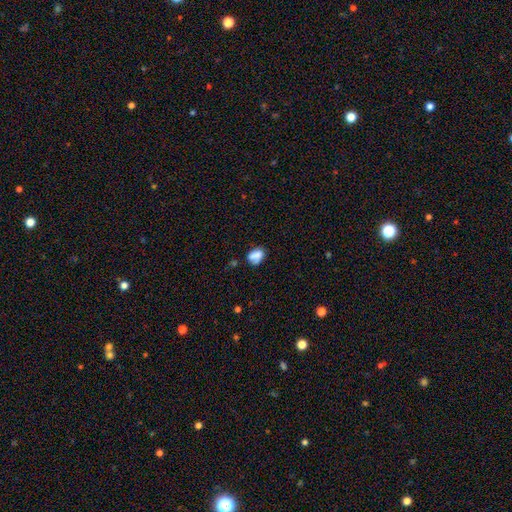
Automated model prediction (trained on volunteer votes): Overall: smooth (74%). How rounded: in between (68%; round 30%). Merging: none (53%; minor disturbance 23%).